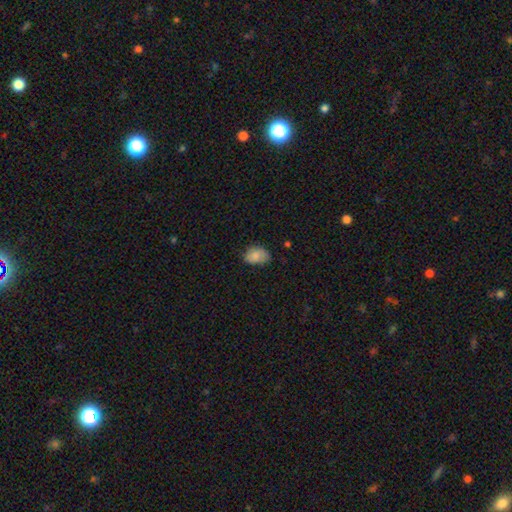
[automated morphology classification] Overall: smooth (83%). How rounded: in between (84%). Merging: none (62%; minor disturbance 30%).